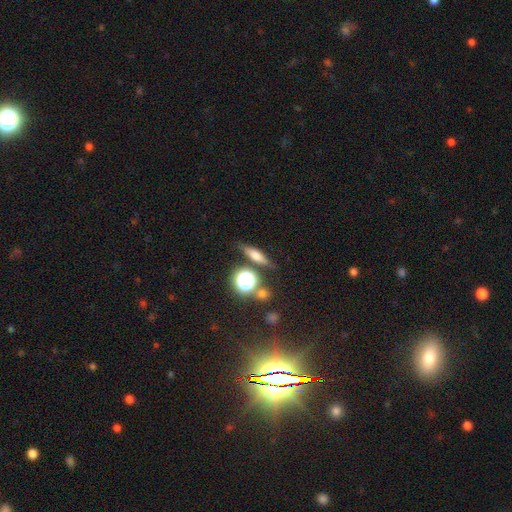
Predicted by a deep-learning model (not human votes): A smooth galaxy with no disk features (51%) that is cigar-shaped (51%). Merging: none (76%).